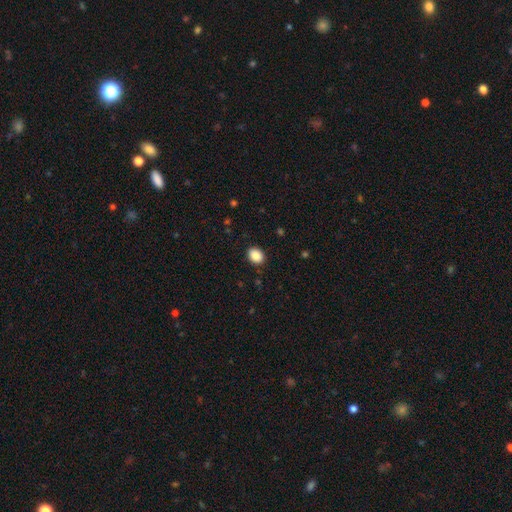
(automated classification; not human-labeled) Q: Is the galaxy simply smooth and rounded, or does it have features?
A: smooth — 88%.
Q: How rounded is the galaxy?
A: in between — 59%.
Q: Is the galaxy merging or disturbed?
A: none — 89%.